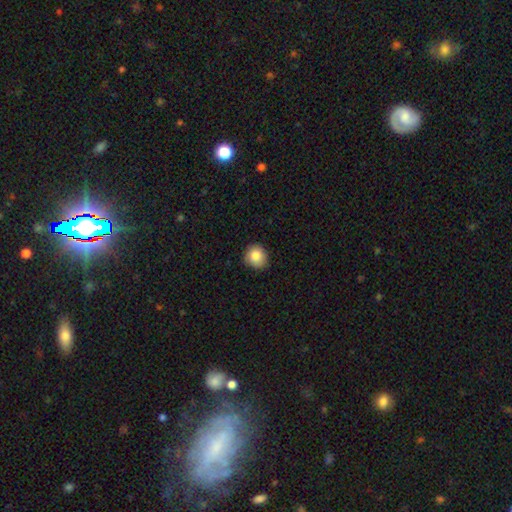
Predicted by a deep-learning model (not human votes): smooth 84%, star or artifact 9%, featured or disk 7%. Down the decision tree: how rounded — round (87%); merging — none (82%).